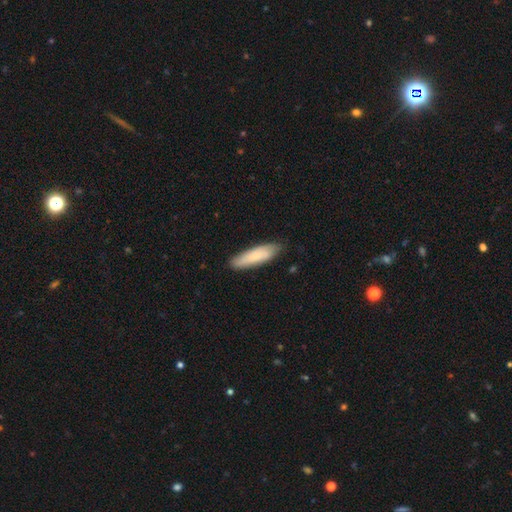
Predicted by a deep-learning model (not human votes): smooth 79%, featured or disk 15%, star or artifact 6%. Down the decision tree: how rounded — cigar-shaped (66%); merging — none (83%).